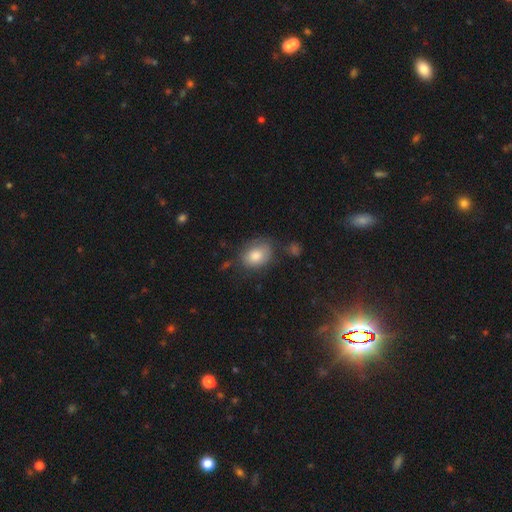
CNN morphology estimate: Q: Smooth or featured?
A: smooth (79%); runner-up: featured or disk (13%)
Q: How rounded?
A: in between (59%); runner-up: round (40%)
Q: Merging?
A: none (63%); runner-up: minor disturbance (25%)